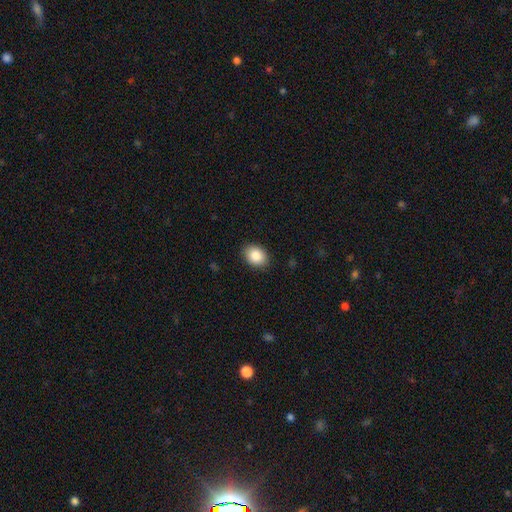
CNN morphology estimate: Smooth or featured?
  - smooth: 87% *
  - star or artifact: 8%
  - featured or disk: 5%
How rounded?
  - in between: 59% *
  - round: 40%
  - cigar-shaped: 1%
Merging?
  - none: 87% *
  - minor disturbance: 10%
  - major disturbance: 2%
  - merger: 1%